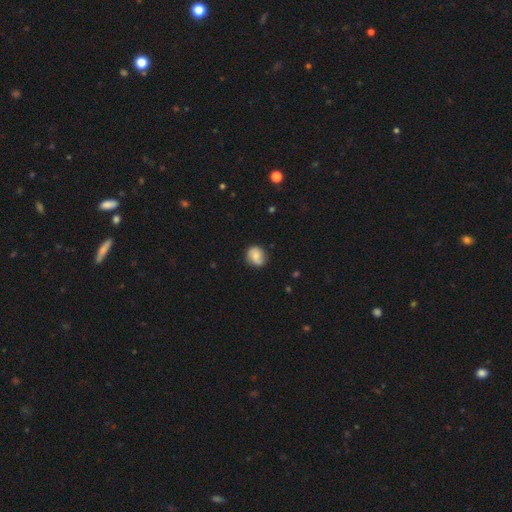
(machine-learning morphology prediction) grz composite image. It shows a smooth galaxy with no disk features (59%) that is round (74%). Merging: none (76%).